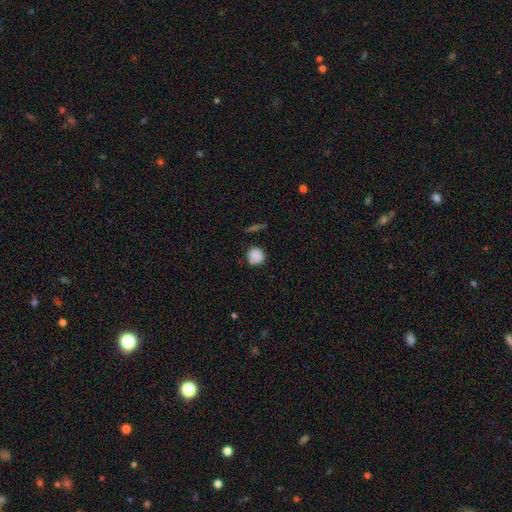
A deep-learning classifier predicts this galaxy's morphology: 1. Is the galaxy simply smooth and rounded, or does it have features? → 86% smooth, 10% star or artifact, 5% featured or disk.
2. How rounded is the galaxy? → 90% round, 8% in between, 1% cigar-shaped.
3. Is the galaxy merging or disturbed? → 75% none, 16% minor disturbance, 4% merger, 4% major disturbance.